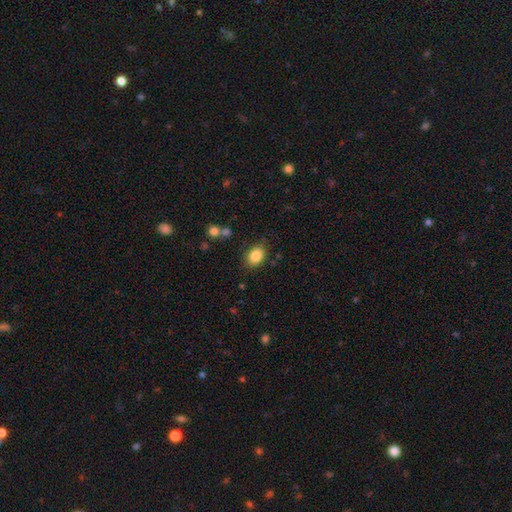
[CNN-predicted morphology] Q: Smooth or featured?
A: smooth (85%); runner-up: star or artifact (8%)
Q: How rounded?
A: in between (77%); runner-up: round (22%)
Q: Merging?
A: none (80%); runner-up: minor disturbance (13%)